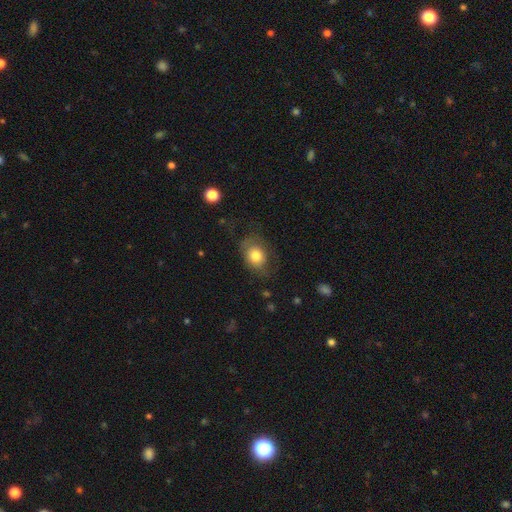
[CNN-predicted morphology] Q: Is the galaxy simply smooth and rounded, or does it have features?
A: smooth — 76%.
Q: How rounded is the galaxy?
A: in between — 62%.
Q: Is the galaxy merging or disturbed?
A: none — 59%.